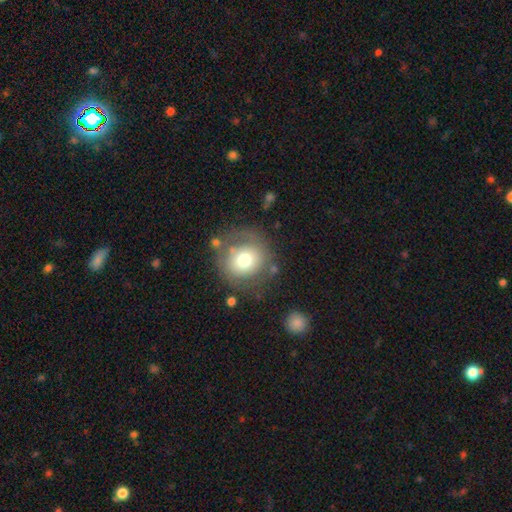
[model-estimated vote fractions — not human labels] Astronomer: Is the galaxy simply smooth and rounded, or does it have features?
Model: smooth — 64%.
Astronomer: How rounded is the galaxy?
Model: round — 88%.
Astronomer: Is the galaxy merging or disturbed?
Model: none — 65%.